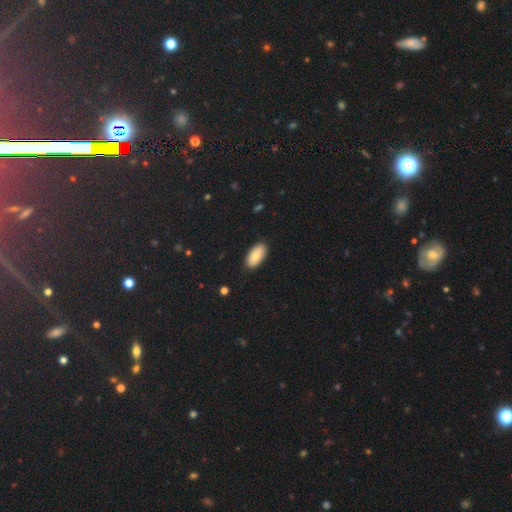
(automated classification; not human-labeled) This appears to be a smooth galaxy with no disk features (83%) that is in between round and cigar-shaped (94%). Merging: none (88%).